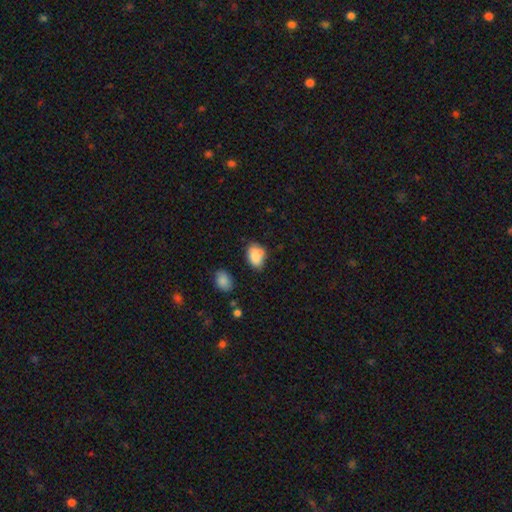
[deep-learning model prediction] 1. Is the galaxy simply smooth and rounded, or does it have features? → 83% smooth, 9% featured or disk, 8% star or artifact.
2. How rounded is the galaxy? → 80% in between, 19% round, 1% cigar-shaped.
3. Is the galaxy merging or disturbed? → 60% none, 28% minor disturbance, 7% merger, 6% major disturbance.